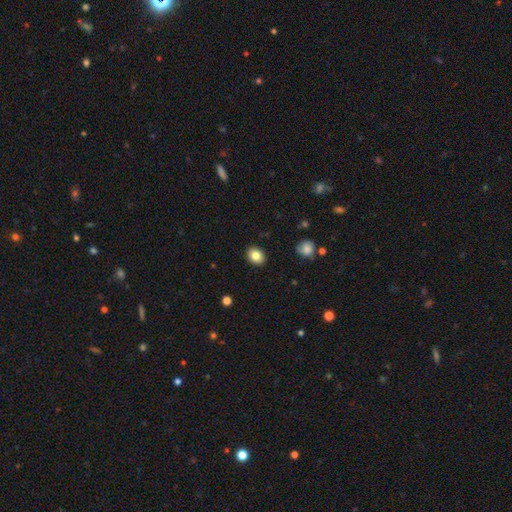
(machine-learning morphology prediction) A smooth galaxy with no disk features (83%) that is in between round and cigar-shaped (53%).

Vote fractions:
- Smooth or featured? smooth: 83% / star or artifact: 9% / featured or disk: 8%
- How rounded? in between: 53% / round: 46% / cigar-shaped: 1%
- Merging? none: 90% / minor disturbance: 7% / major disturbance: 2% / merger: 1%